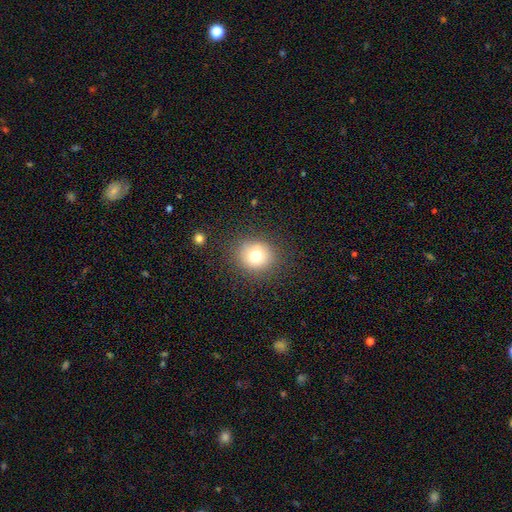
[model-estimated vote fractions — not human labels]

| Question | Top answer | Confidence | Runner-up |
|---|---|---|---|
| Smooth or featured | smooth | 74% | star or artifact (13%) |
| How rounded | round | 81% | in between (18%) |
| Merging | none | 85% | minor disturbance (10%) |